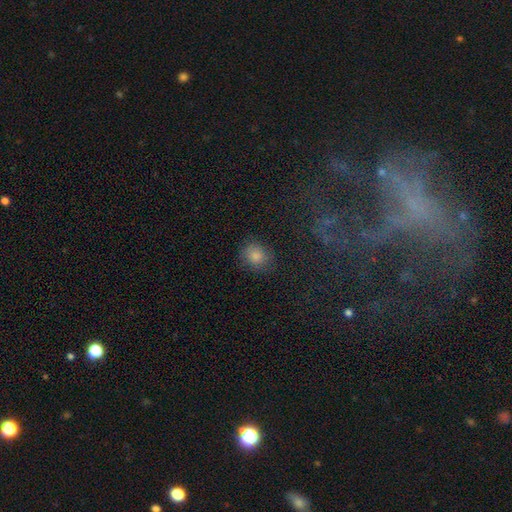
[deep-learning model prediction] Q: Smooth or featured?
A: smooth (82%); runner-up: star or artifact (12%)
Q: How rounded?
A: round (72%); runner-up: in between (27%)
Q: Merging?
A: none (79%); runner-up: minor disturbance (15%)